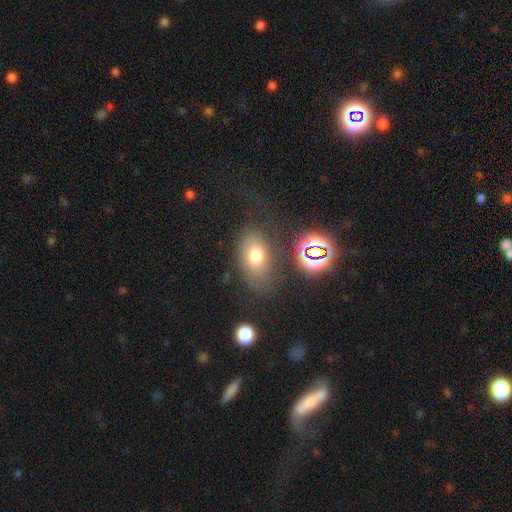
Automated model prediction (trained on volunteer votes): The model was most divided on "merging": none: 66%, minor disturbance: 19%, major disturbance: 11%, merger: 4%. More confident: how rounded — in between (87%); smooth or featured — smooth (67%).